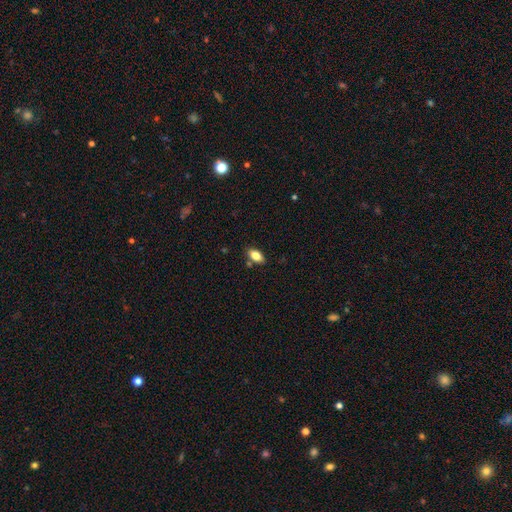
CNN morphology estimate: Smooth or featured? Predicted: smooth (p=0.82). How rounded? Predicted: in between (p=0.91). Merging? Predicted: none (p=0.80).